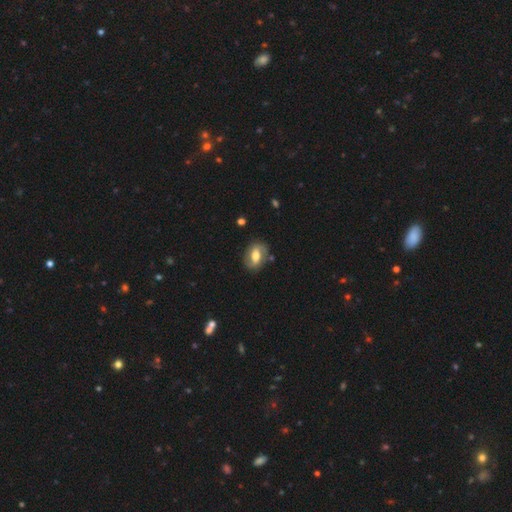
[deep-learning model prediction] A featured or disk galaxy (61%) with a weak bar (43%), spiral arms (77%) and a moderate central bulge (63%).

Vote fractions:
- Smooth or featured? featured or disk: 61% / smooth: 33% / star or artifact: 6%
- Edge-on disk? no: 94% / yes: 6%
- Bar? weak: 43% / strong: 33% / no: 24%
- Spiral arms? yes: 77% / no: 23%
- Bulge size? moderate: 63% / large: 22% / small: 12% / dominant: 2% / none: 2%
- Merging? none: 77% / minor disturbance: 15% / major disturbance: 5% / merger: 3%